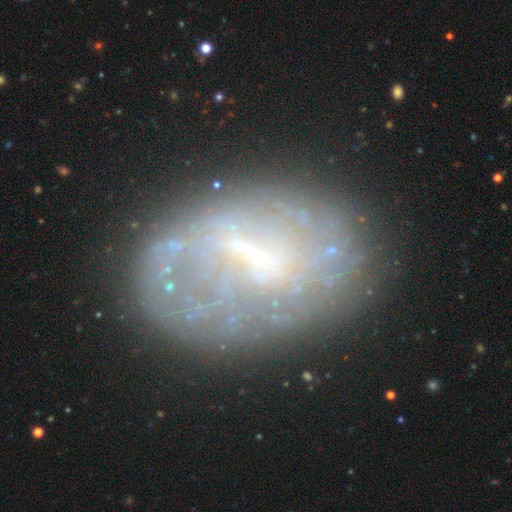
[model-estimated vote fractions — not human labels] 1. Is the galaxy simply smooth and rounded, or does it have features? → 57% featured or disk, 29% smooth, 13% star or artifact.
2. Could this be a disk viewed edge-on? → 96% no, 4% yes.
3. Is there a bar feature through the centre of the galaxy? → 42% weak, 38% no, 21% strong.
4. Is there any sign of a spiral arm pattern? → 72% no, 28% yes.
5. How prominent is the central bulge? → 41% none, 38% small, 18% moderate, 3% large, 1% dominant.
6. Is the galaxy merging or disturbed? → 62% none, 21% minor disturbance, 14% major disturbance, 3% merger.